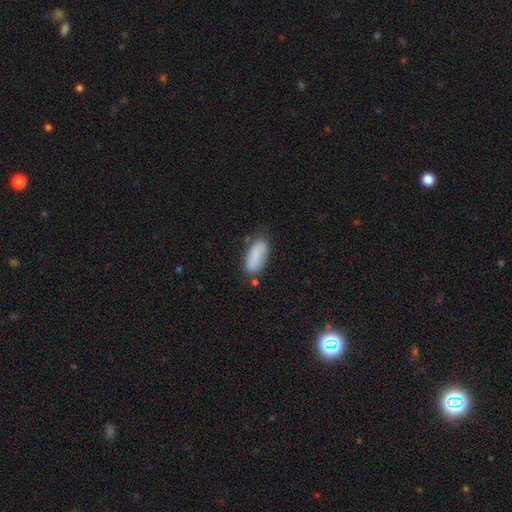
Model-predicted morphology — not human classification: Overall: smooth (82%). How rounded: in between (84%). Merging: none (67%).